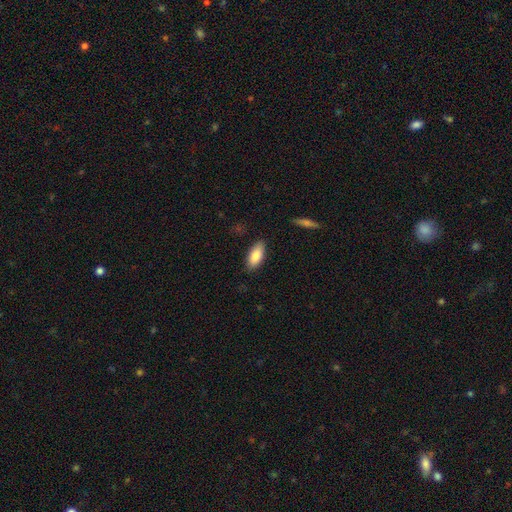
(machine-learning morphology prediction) A smooth galaxy with no disk features (85%) that is in between round and cigar-shaped (86%).

Vote fractions:
- Smooth or featured? smooth: 85% / featured or disk: 9% / star or artifact: 6%
- How rounded? in between: 86% / cigar-shaped: 12% / round: 2%
- Merging? none: 84% / minor disturbance: 12% / major disturbance: 2% / merger: 1%